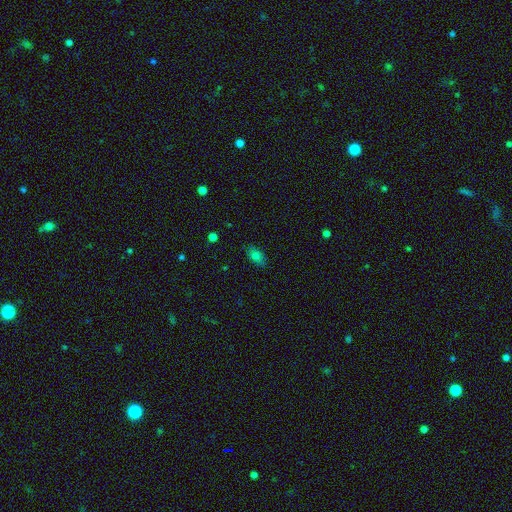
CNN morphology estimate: Smooth or featured? Predicted: smooth (p=0.76). How rounded? Predicted: in between (p=0.86). Merging? Predicted: none (p=0.84).